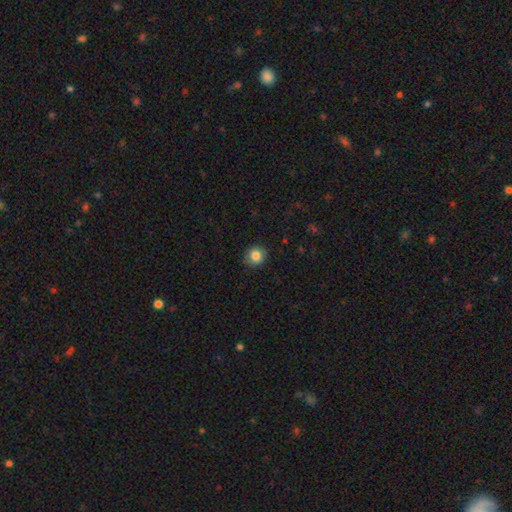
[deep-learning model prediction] A smooth galaxy with no disk features (83%) that is round (84%). Merging: none (88%).